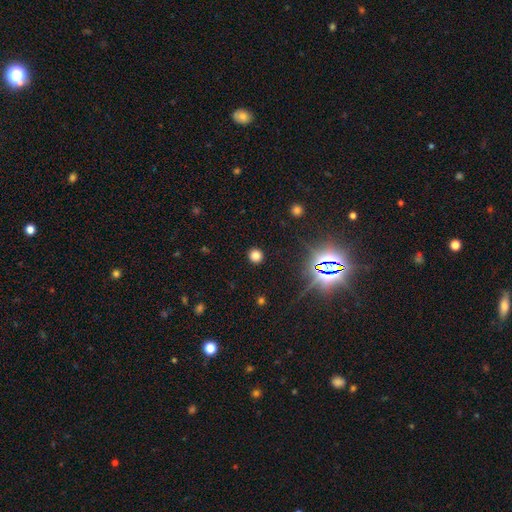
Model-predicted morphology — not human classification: A smooth galaxy with no disk features (75%) that is round (90%).

Vote fractions:
- Smooth or featured? smooth: 75% / star or artifact: 20% / featured or disk: 5%
- How rounded? round: 90% / in between: 9% / cigar-shaped: 1%
- Merging? none: 91% / minor disturbance: 5% / major disturbance: 2% / merger: 1%